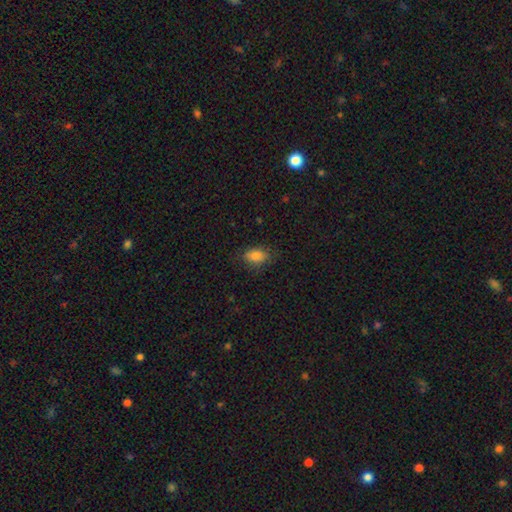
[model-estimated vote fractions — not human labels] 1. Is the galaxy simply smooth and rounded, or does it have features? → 81% smooth, 9% featured or disk, 9% star or artifact.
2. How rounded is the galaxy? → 85% in between, 13% round, 2% cigar-shaped.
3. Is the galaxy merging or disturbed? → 78% none, 16% minor disturbance, 5% major disturbance, 1% merger.